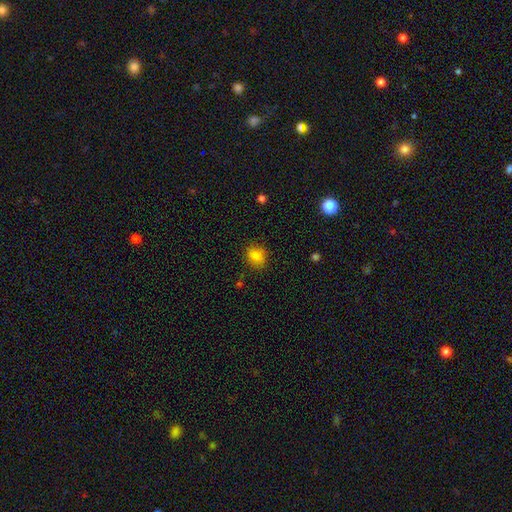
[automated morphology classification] smooth 84%, star or artifact 11%, featured or disk 5%. Down the decision tree: how rounded — round (60%); merging — none (83%).